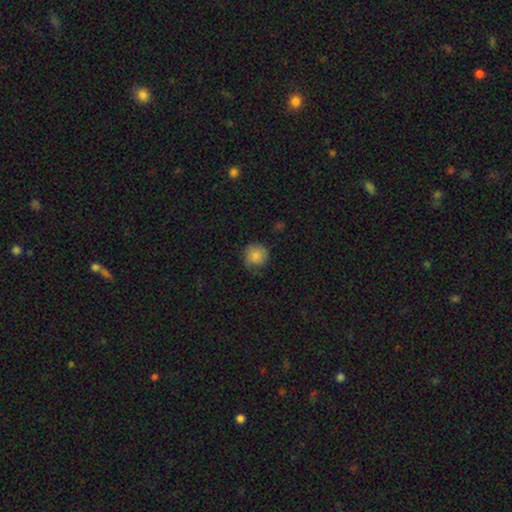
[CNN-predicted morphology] Q: Smooth or featured?
A: smooth (84%); runner-up: star or artifact (8%)
Q: How rounded?
A: round (91%); runner-up: in between (8%)
Q: Merging?
A: none (70%); runner-up: minor disturbance (23%)